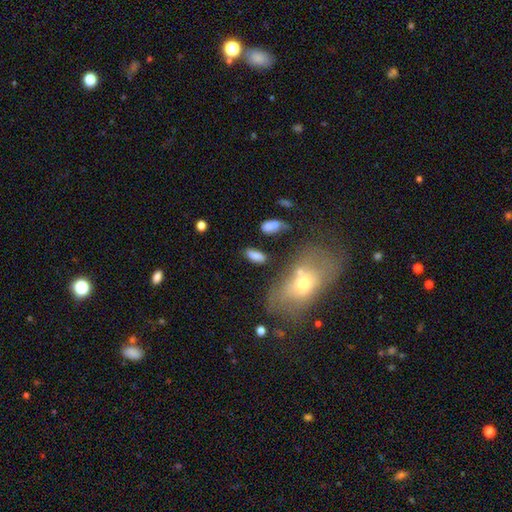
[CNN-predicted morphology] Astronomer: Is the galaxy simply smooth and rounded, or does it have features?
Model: smooth — 78%.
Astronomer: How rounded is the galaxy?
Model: in between — 82%.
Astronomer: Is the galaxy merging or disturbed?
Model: none — 69%.